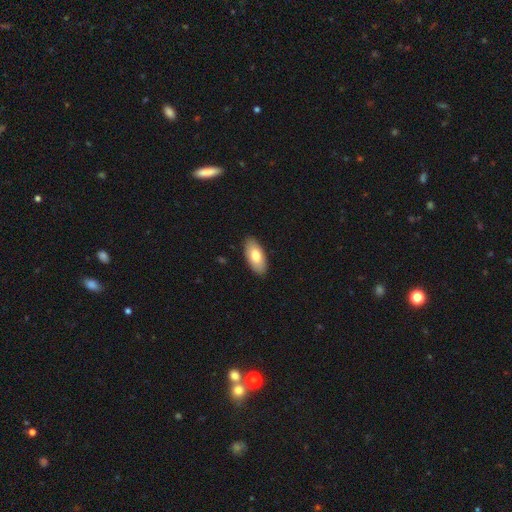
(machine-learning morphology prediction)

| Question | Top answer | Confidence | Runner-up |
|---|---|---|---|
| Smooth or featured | smooth | 77% | featured or disk (17%) |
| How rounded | in between | 92% | cigar-shaped (6%) |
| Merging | none | 89% | minor disturbance (8%) |